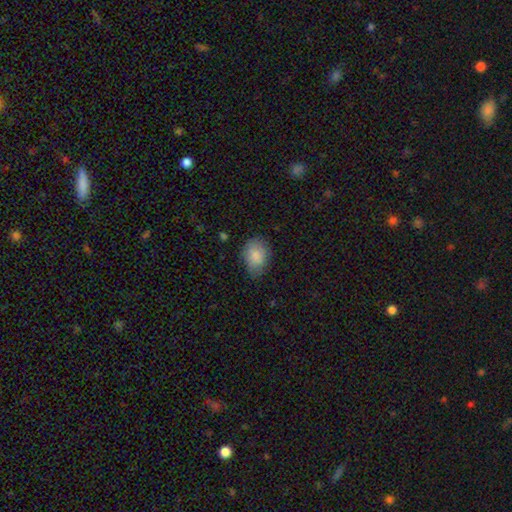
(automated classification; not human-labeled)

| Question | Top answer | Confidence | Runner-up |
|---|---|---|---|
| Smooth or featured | smooth | 85% | featured or disk (8%) |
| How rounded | in between | 69% | round (30%) |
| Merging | none | 65% | minor disturbance (28%) |